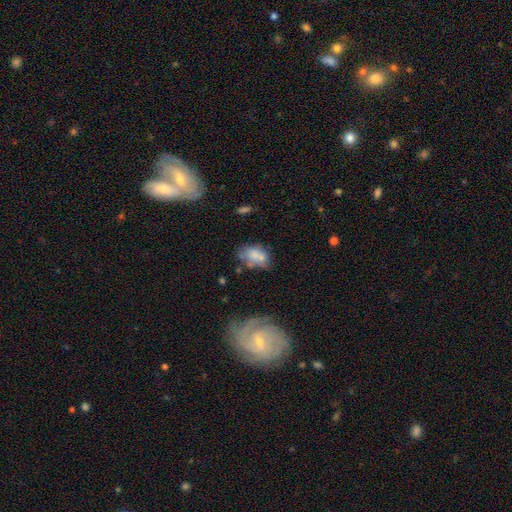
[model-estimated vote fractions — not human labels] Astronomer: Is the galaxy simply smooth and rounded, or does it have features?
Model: smooth — 65%.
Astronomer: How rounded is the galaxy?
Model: in between — 83%.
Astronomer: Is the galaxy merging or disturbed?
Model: none — 38% (runner-up: minor disturbance, 25%).